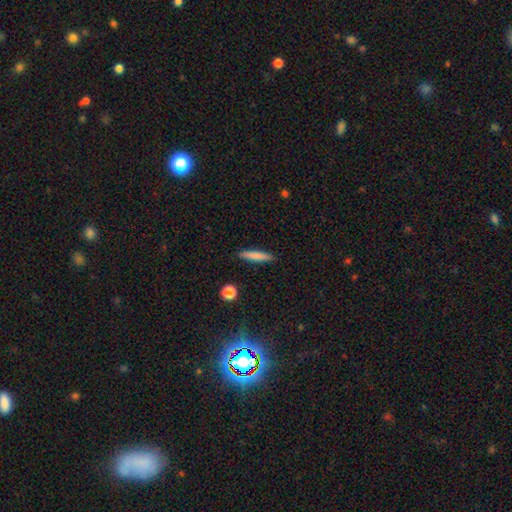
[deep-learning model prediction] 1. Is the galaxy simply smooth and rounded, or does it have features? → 79% smooth, 14% featured or disk, 7% star or artifact.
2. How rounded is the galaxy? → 88% cigar-shaped, 11% in between, 2% round.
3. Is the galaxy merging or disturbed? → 89% none, 8% minor disturbance, 2% major disturbance, 2% merger.